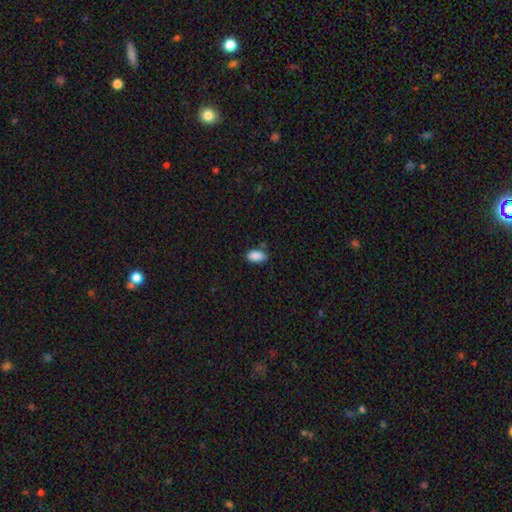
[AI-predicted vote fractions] Q: Smooth or featured?
A: smooth (89%); runner-up: star or artifact (8%)
Q: How rounded?
A: in between (93%); runner-up: round (5%)
Q: Merging?
A: none (78%); runner-up: minor disturbance (16%)